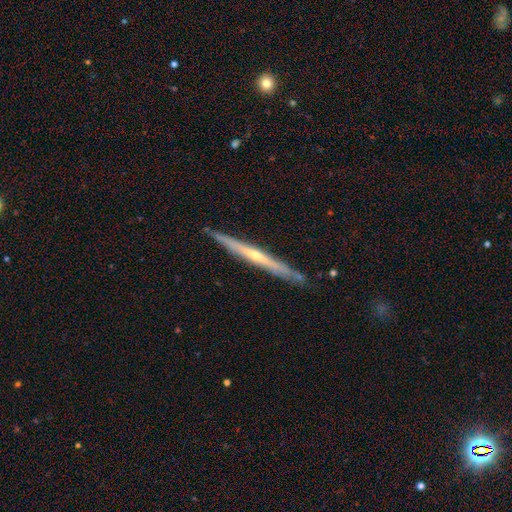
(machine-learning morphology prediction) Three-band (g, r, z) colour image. It shows a featured or disk galaxy (73%) viewed edge-on (97%) with a rounded central bulge (55%). Merging: none (89%).